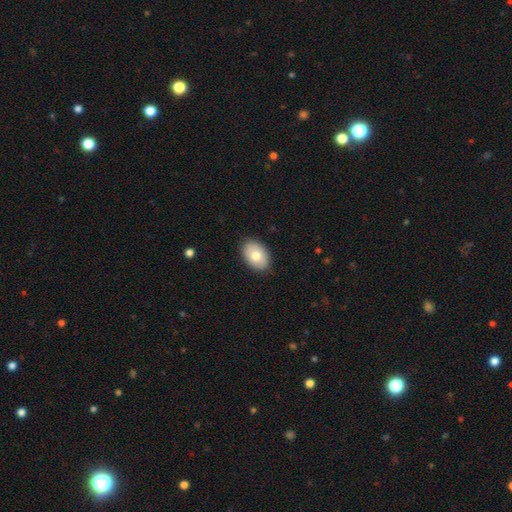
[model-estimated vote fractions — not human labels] This is likely a smooth galaxy (76%). How rounded: clearly in between (87%). Merging: clearly none (88%).